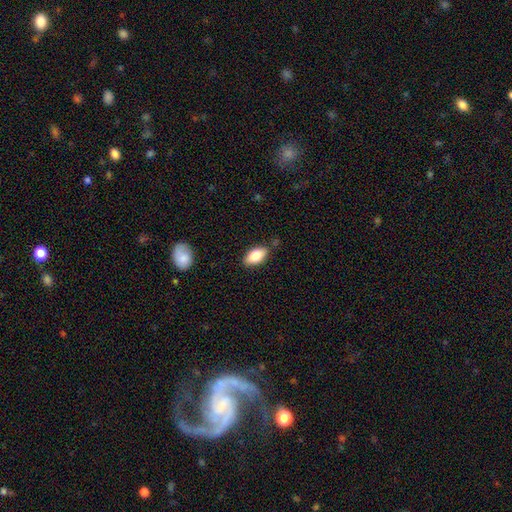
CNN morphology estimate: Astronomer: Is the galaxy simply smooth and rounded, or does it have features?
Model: smooth — 82%.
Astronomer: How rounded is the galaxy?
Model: in between — 91%.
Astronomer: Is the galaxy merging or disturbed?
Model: none — 80%.